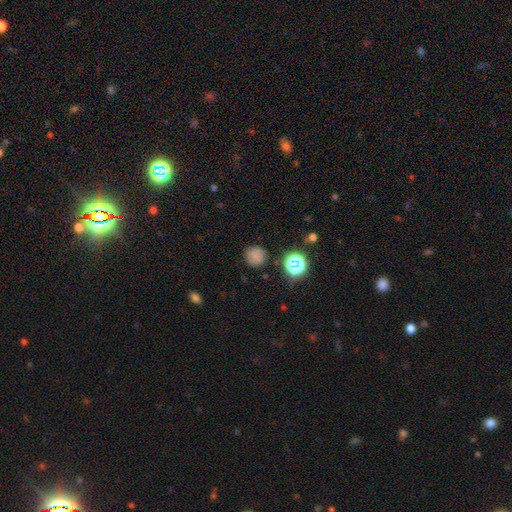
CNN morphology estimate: A smooth galaxy with no disk features (71%) that is round (90%).

Vote fractions:
- Smooth or featured? smooth: 71% / star or artifact: 18% / featured or disk: 11%
- How rounded? round: 90% / in between: 9% / cigar-shaped: 1%
- Merging? none: 82% / minor disturbance: 12% / major disturbance: 4% / merger: 2%